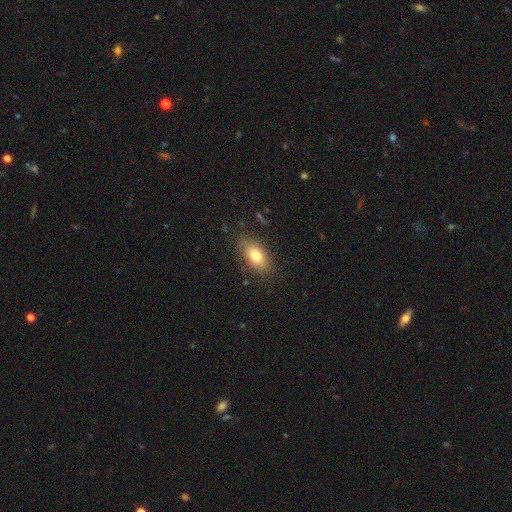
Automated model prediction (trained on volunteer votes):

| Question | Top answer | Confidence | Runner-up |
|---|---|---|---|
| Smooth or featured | smooth | 77% | featured or disk (15%) |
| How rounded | in between | 88% | round (7%) |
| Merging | none | 82% | minor disturbance (14%) |